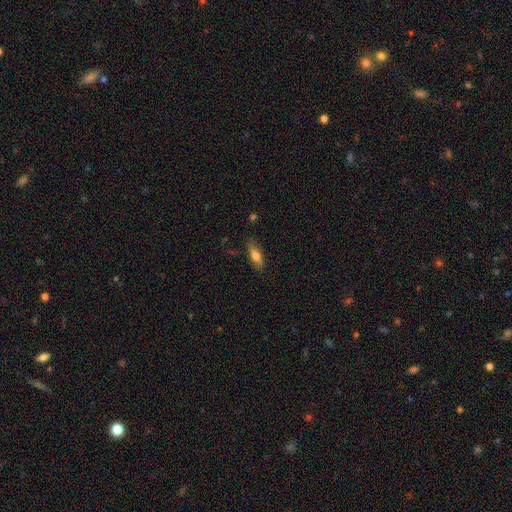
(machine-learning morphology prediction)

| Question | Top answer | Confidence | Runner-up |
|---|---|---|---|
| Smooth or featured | smooth | 73% | featured or disk (20%) |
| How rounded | in between | 64% | cigar-shaped (34%) |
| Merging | none | 76% | minor disturbance (18%) |